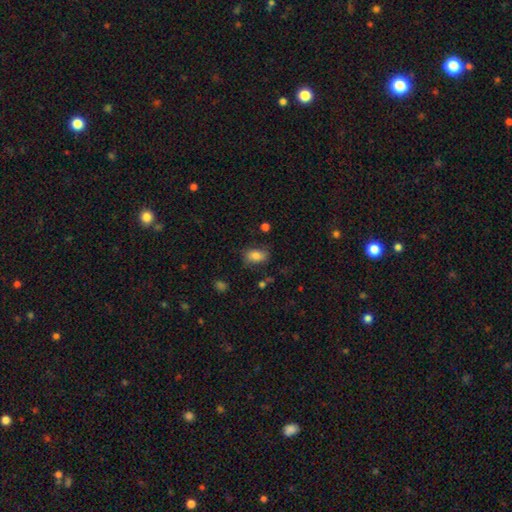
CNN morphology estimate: A smooth galaxy with no disk features (81%) that is in between round and cigar-shaped (85%).

Vote fractions:
- Smooth or featured? smooth: 81% / featured or disk: 10% / star or artifact: 9%
- How rounded? in between: 85% / round: 13% / cigar-shaped: 2%
- Merging? none: 71% / minor disturbance: 20% / major disturbance: 7% / merger: 2%